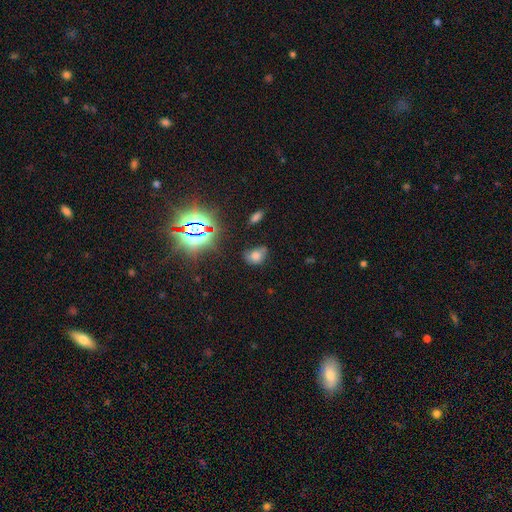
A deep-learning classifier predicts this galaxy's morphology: Smooth or featured? Predicted: smooth (p=0.63). How rounded? Predicted: in between (p=0.68). Merging? Predicted: none (p=0.53).